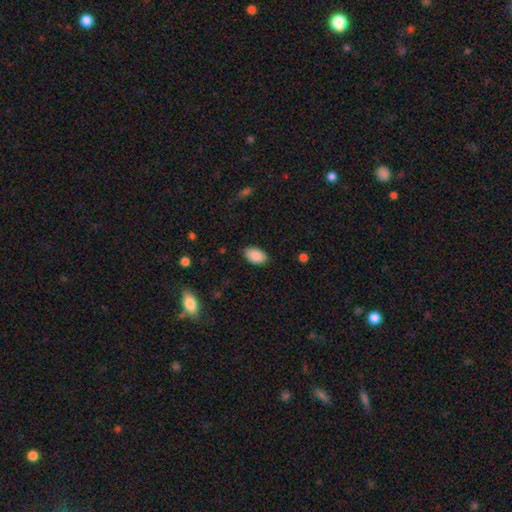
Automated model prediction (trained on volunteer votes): smooth 89%, star or artifact 7%, featured or disk 4%. Down the decision tree: how rounded — in between (93%); merging — none (87%).